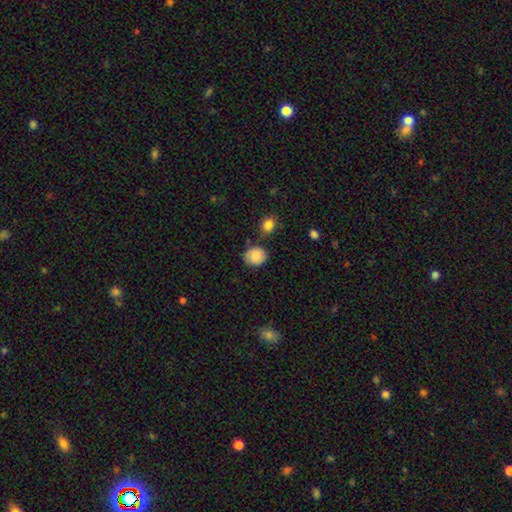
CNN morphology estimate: The model was most divided on "how rounded": round: 71%, in between: 28%, cigar-shaped: 1%. More confident: smooth or featured — smooth (82%); merging — none (72%).